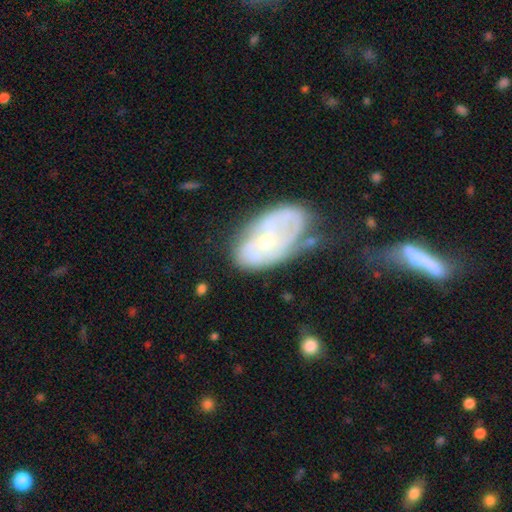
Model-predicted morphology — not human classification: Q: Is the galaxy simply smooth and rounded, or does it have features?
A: featured or disk — 66%.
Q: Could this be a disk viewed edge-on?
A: no — 94%.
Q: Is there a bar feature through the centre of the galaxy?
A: no — 70%.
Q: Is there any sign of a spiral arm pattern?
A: yes — 66%.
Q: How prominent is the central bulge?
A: small — 48%.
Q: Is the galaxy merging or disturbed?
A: none — 42%.